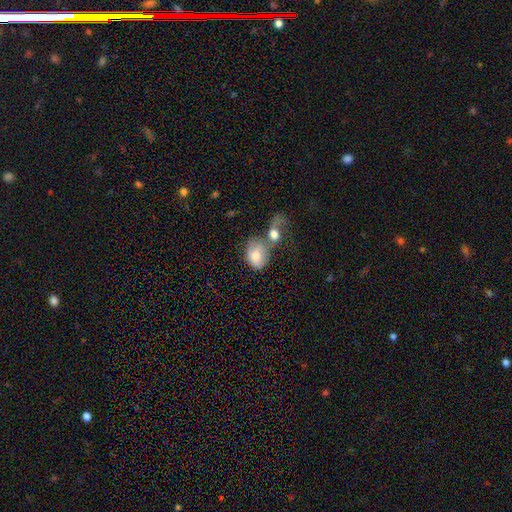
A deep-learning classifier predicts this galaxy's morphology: Smooth or featured?
  - smooth: 73% *
  - featured or disk: 18%
  - star or artifact: 8%
How rounded?
  - in between: 69% *
  - round: 29%
  - cigar-shaped: 1%
Merging?
  - merger: 50% *
  - none: 27%
  - minor disturbance: 13%
  - major disturbance: 11%